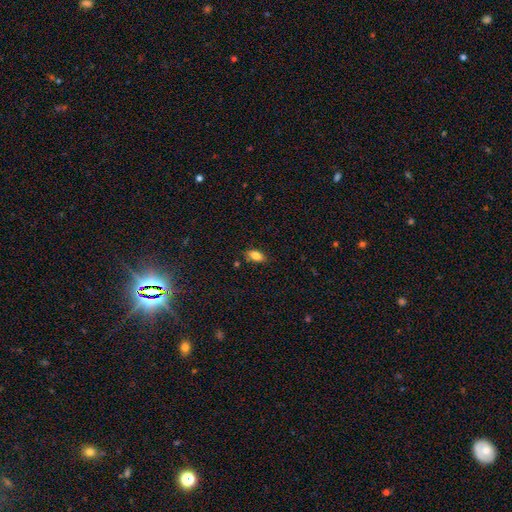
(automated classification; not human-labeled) Smooth or featured? smooth (81%)
How rounded? in between (89%)
Merging? none (81%)